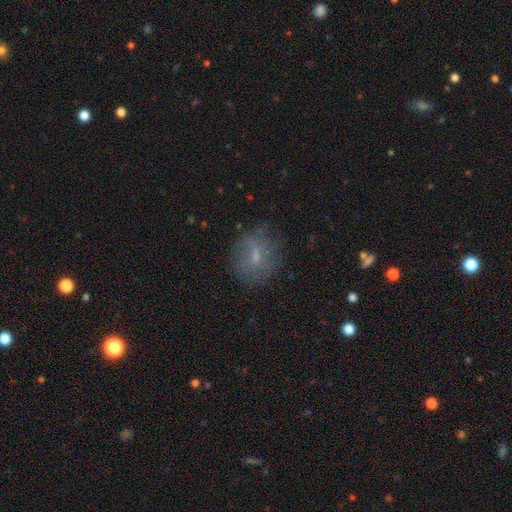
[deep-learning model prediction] smooth_or_featured: smooth (p=0.59) [alt: featured or disk p=0.28]
how_rounded: round (p=0.63) [alt: in between p=0.35]
merging: none (p=0.70) [alt: minor disturbance p=0.18]